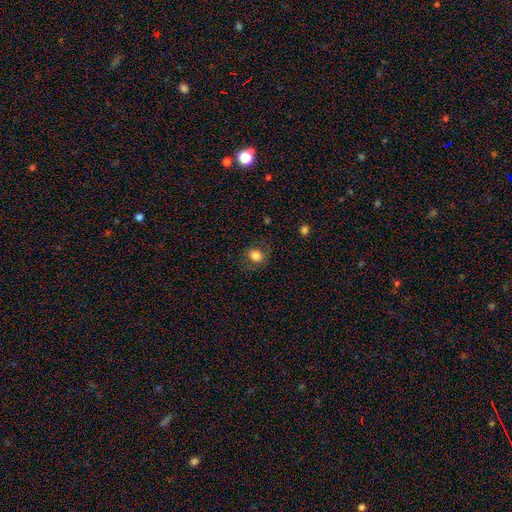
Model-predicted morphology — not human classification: smooth-or-featured: smooth: 78% | featured or disk: 12% | star or artifact: 10%
  how-rounded: round: 63% | in between: 36% | cigar-shaped: 1%
  merging: none: 74% | minor disturbance: 16% | major disturbance: 9% | merger: 1%